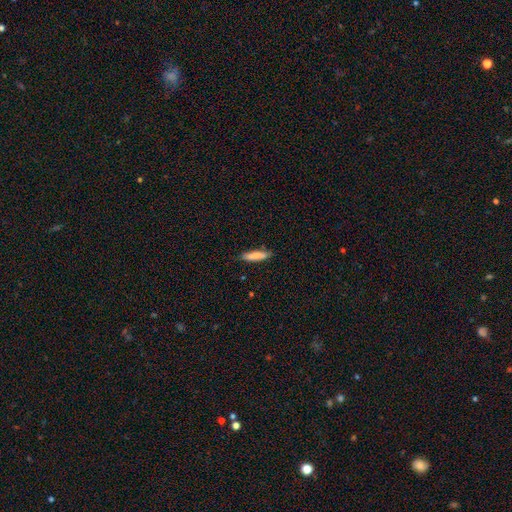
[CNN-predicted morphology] smooth_or_featured: smooth (p=0.84) [alt: featured or disk p=0.10]
how_rounded: cigar-shaped (p=0.81) [alt: in between p=0.18]
merging: none (p=0.84) [alt: minor disturbance p=0.12]